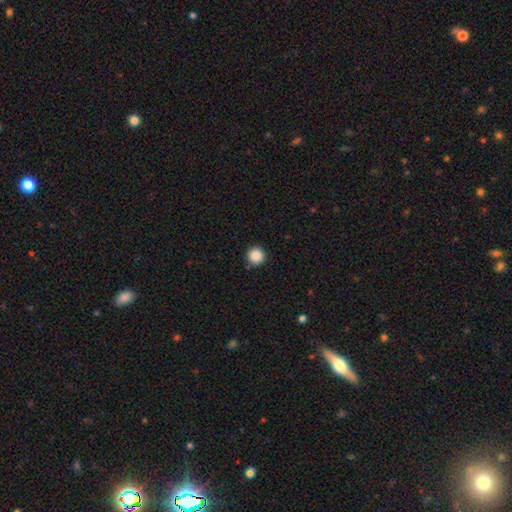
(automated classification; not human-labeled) This appears to be a smooth galaxy with no disk features (88%) that is round (96%). Merging: none (91%).